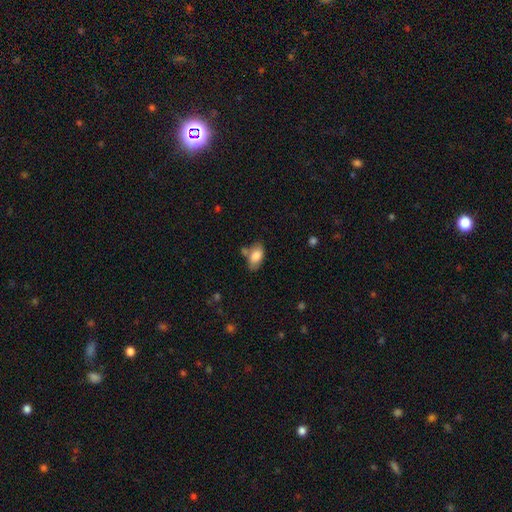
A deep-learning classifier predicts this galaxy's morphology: A smooth galaxy with no disk features (81%) that is in between round and cigar-shaped (92%).

Vote fractions:
- Smooth or featured? smooth: 81% / featured or disk: 12% / star or artifact: 7%
- How rounded? in between: 92% / round: 5% / cigar-shaped: 3%
- Merging? none: 57% / minor disturbance: 22% / merger: 14% / major disturbance: 6%